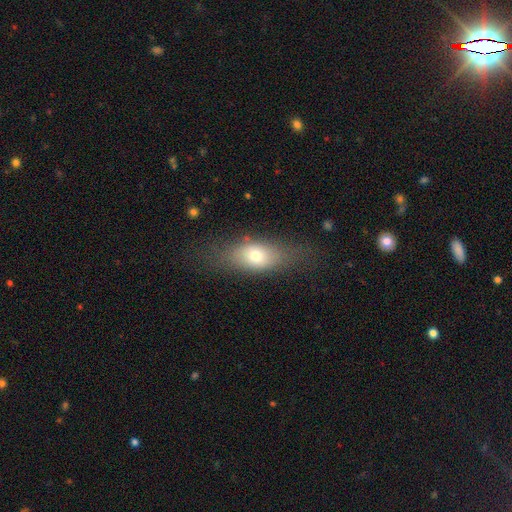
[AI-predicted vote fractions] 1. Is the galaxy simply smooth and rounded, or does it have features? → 67% smooth, 23% featured or disk, 10% star or artifact.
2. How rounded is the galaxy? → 73% in between, 16% cigar-shaped, 11% round.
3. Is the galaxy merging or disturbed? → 69% none, 19% minor disturbance, 11% major disturbance, 1% merger.